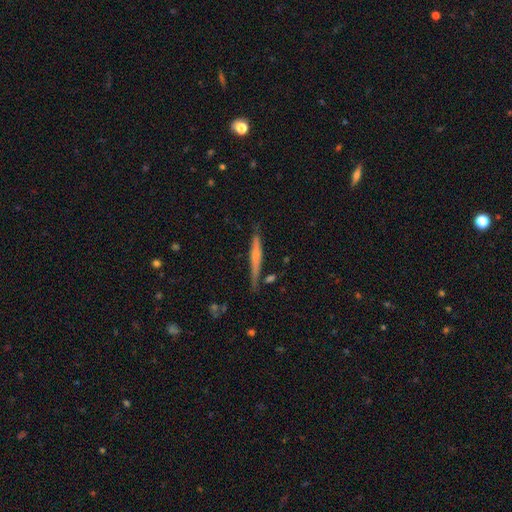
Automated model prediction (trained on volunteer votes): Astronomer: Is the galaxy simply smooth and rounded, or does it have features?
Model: featured or disk — 50% (runner-up: smooth, 43%).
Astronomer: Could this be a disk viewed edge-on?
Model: yes — 96%.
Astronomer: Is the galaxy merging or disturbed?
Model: none — 79%.